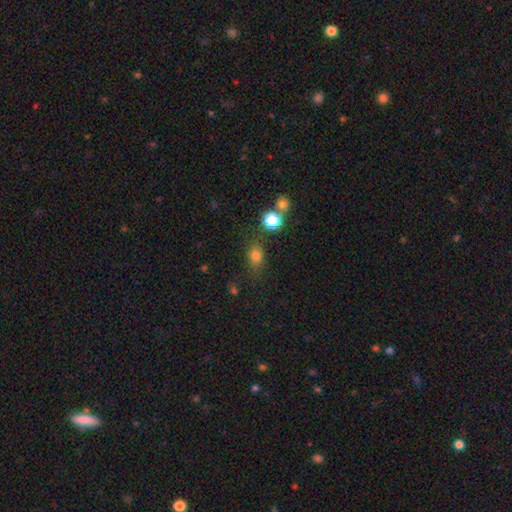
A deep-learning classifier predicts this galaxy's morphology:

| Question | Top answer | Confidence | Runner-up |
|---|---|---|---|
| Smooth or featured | smooth | 77% | star or artifact (15%) |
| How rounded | in between | 60% | round (37%) |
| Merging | none | 71% | minor disturbance (16%) |